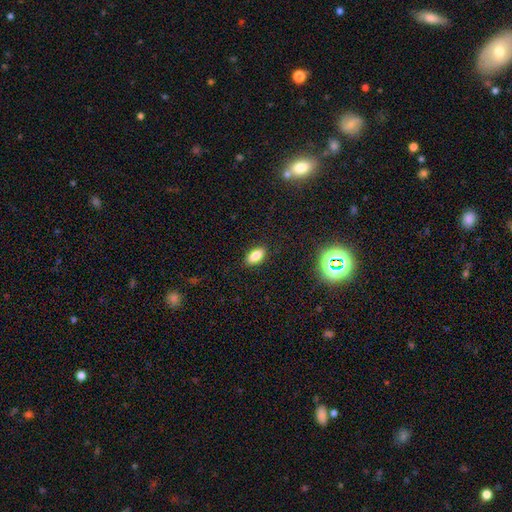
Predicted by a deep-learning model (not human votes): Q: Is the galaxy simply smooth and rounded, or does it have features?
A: smooth — 82%.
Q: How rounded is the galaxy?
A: in between — 89%.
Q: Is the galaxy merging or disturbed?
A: none — 88%.